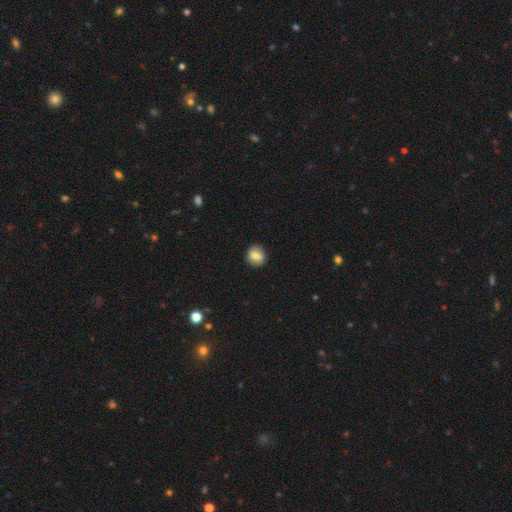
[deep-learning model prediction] The model was most divided on "how rounded": round: 75%, in between: 24%, cigar-shaped: 1%. More confident: merging — none (88%); smooth or featured — smooth (78%).